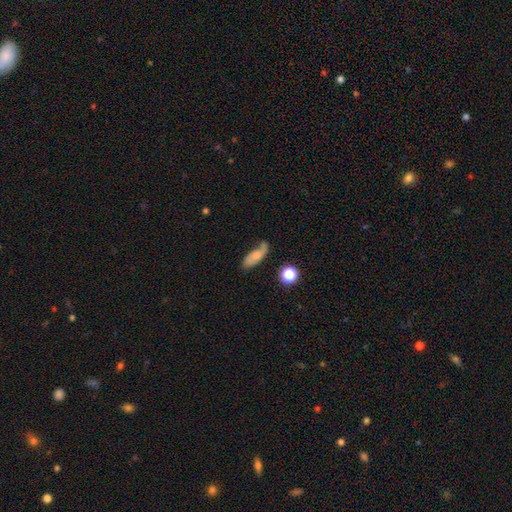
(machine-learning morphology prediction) Smooth or featured?
  - smooth: 53% *
  - featured or disk: 37%
  - star or artifact: 10%
How rounded?
  - in between: 71% *
  - cigar-shaped: 23%
  - round: 6%
Merging?
  - none: 47% *
  - minor disturbance: 29%
  - major disturbance: 17%
  - merger: 7%